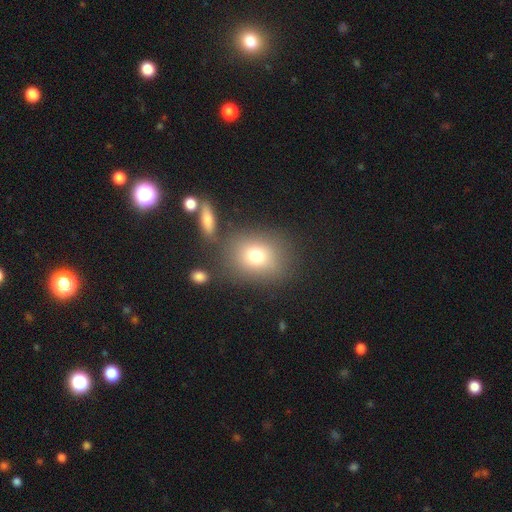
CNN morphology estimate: A smooth galaxy with no disk features (75%) that is round (55%).

Vote fractions:
- Smooth or featured? smooth: 75% / star or artifact: 13% / featured or disk: 12%
- How rounded? round: 55% / in between: 43% / cigar-shaped: 1%
- Merging? none: 73% / minor disturbance: 12% / merger: 9% / major disturbance: 6%